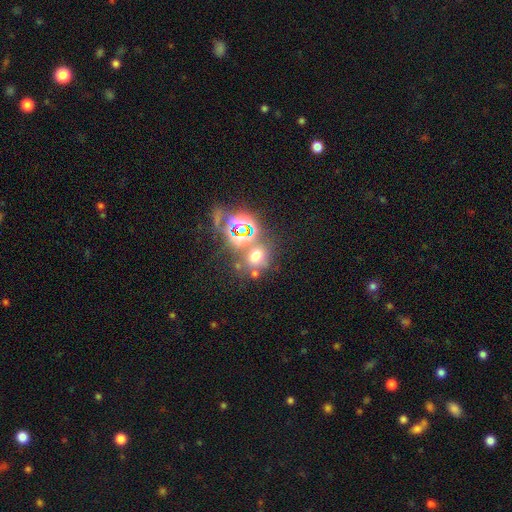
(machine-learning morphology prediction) A smooth galaxy with no disk features (48%).

Vote fractions:
- Smooth or featured? smooth: 48% / star or artifact: 41% / featured or disk: 12%
- Merging? none: 60% / merger: 22% / minor disturbance: 12% / major disturbance: 7%